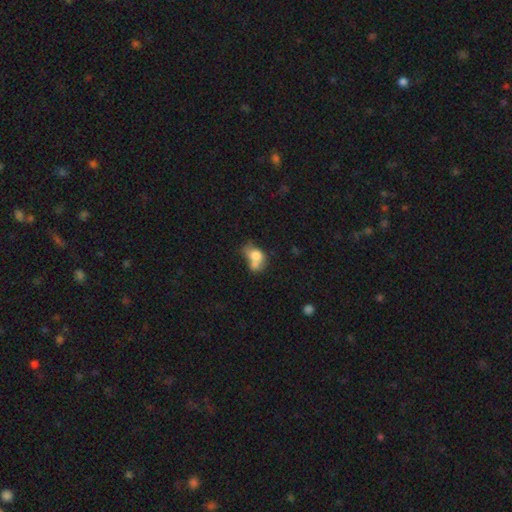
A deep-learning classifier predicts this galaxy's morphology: This appears to be a smooth galaxy with no disk features (70%) that is in between round and cigar-shaped (68%). Merging: merger (56%).